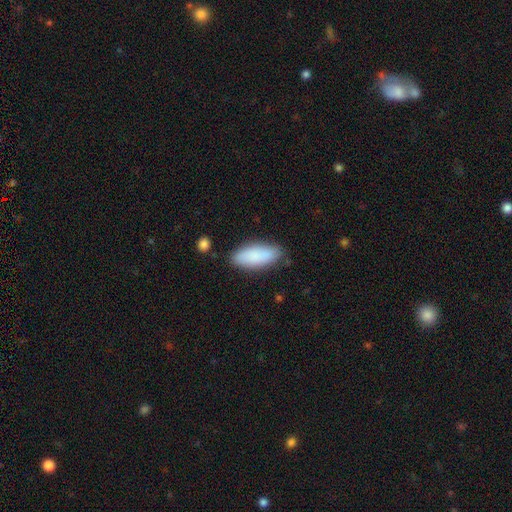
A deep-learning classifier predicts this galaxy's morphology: Overall: smooth (85%). How rounded: in between (82%). Merging: none (80%).